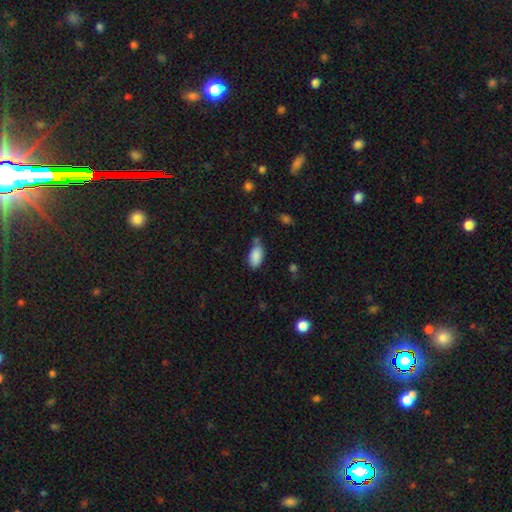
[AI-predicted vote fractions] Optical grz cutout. It shows a smooth galaxy with no disk features (87%) that is in between round and cigar-shaped (93%). Merging: none (54%).